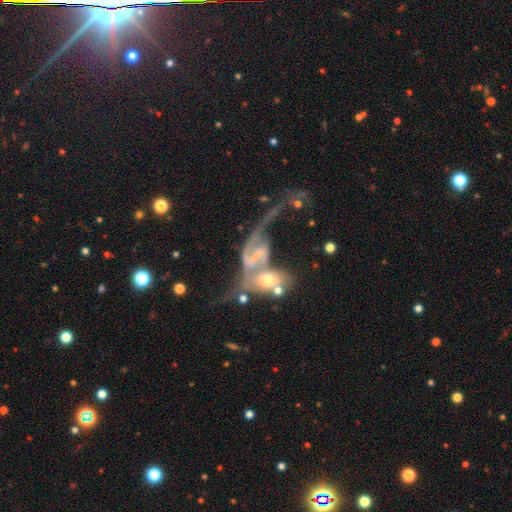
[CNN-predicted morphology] featured or disk 75%, smooth 16%, star or artifact 9%. Down the decision tree: edge-on disk — no (94%); bar — no (35%); spiral arms — yes (81%); spiral arm count — 2 (69%); spiral winding — loose (67%); bulge size — small (39%); merging — merger (58%).